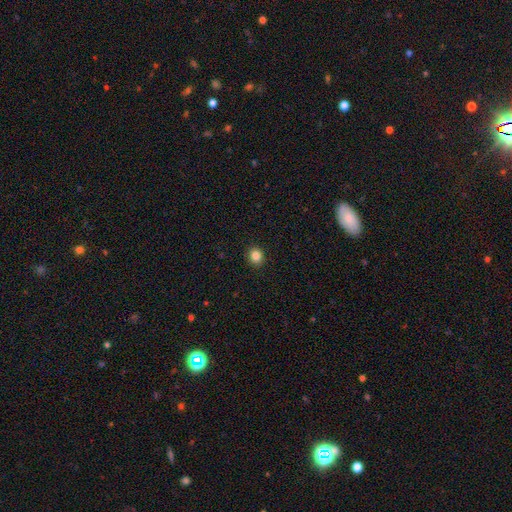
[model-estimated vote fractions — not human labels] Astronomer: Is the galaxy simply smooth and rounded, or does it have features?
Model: smooth — 85%.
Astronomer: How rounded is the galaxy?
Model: round — 81%.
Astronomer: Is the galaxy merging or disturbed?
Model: none — 91%.